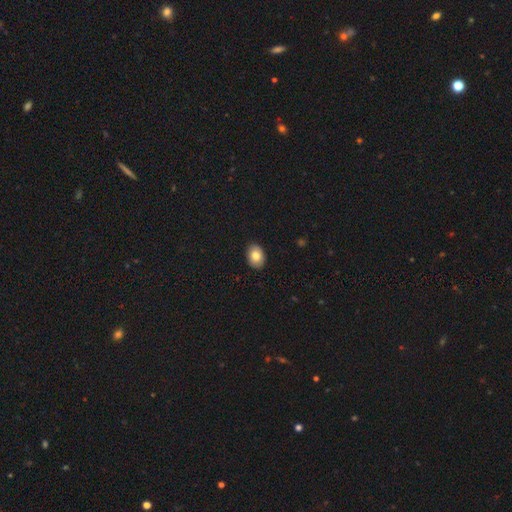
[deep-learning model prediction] Smooth or featured: smooth — 82% (featured or disk — 10%)
How rounded: in between — 75% (round — 24%)
Merging: none — 90% (minor disturbance — 7%)